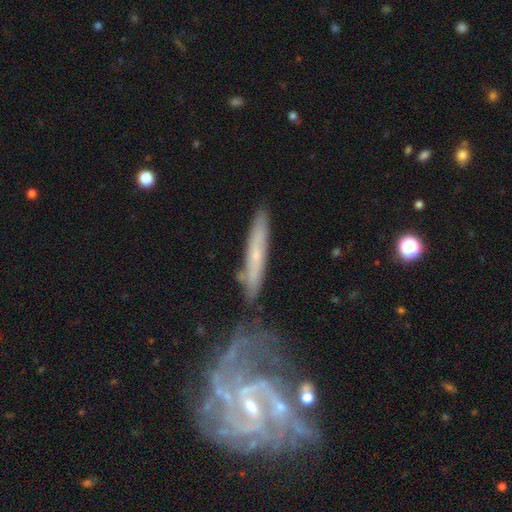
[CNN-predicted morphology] The model was most divided on "edge-on disk": yes: 57%, no: 43%. More confident: merging — none (69%); smooth or featured — featured or disk (58%).